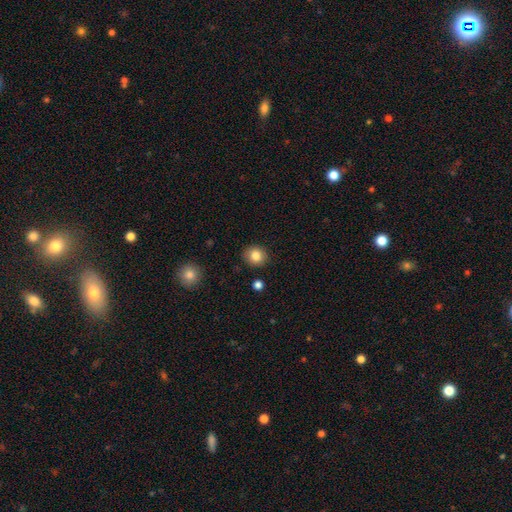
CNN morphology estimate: A smooth galaxy with no disk features (84%) that is round (88%). Merging: none (90%).